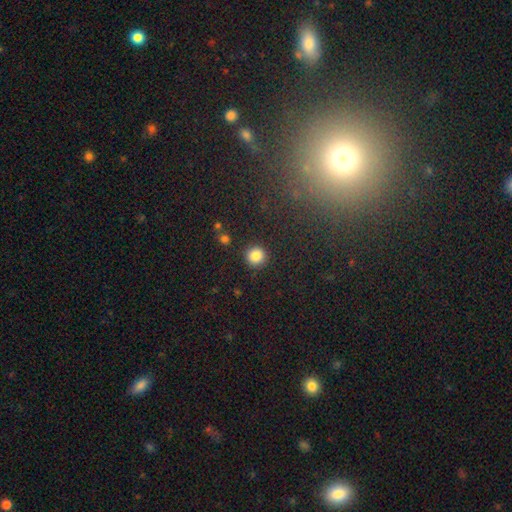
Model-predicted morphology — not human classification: A smooth galaxy with no disk features (85%) that is round (93%). Merging: none (90%).